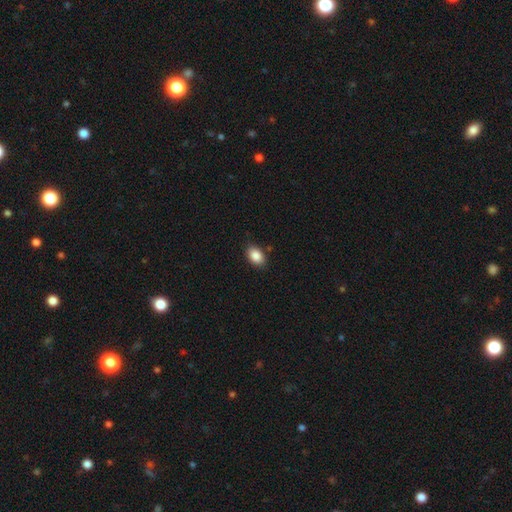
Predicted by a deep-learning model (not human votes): Morphology: type=smooth (87%); roundness=in between (86%); merging=none (86%).